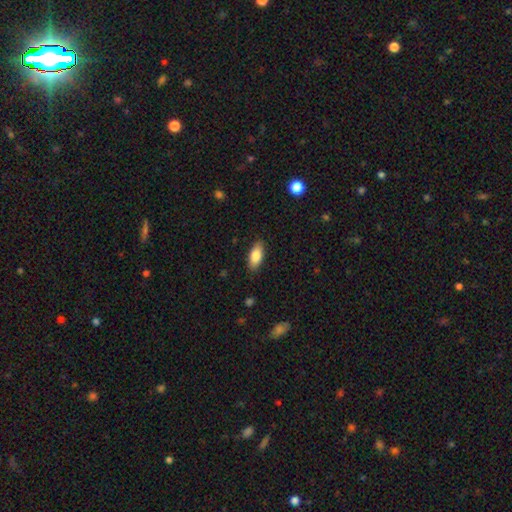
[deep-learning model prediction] A smooth galaxy with no disk features (82%) that is in between round and cigar-shaped (86%). Merging: none (88%).